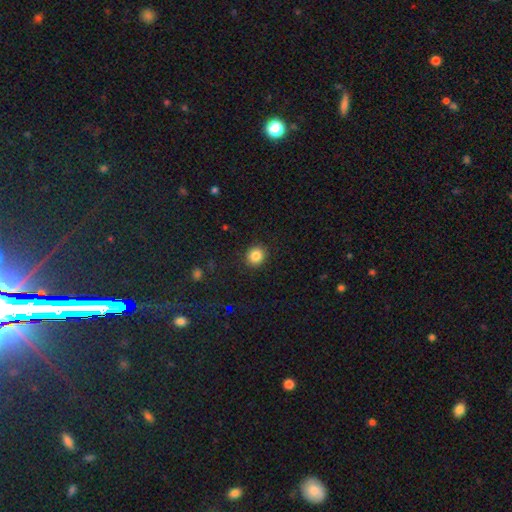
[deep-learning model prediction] This appears to be a smooth galaxy with no disk features (84%) that is round (83%). Merging: none (91%).